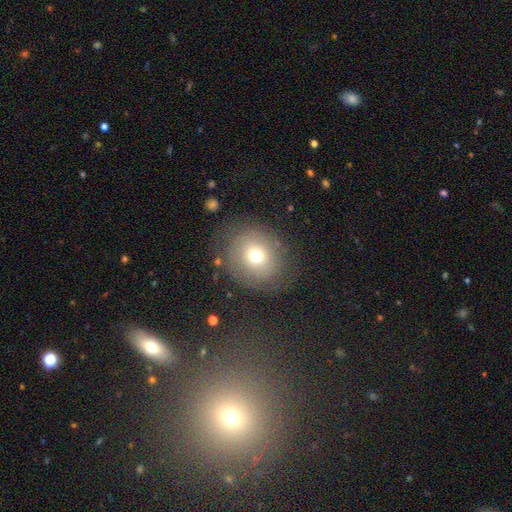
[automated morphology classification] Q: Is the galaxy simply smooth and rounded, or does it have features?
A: smooth — 66%.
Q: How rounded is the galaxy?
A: round — 84%.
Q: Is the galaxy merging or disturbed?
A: none — 73%.